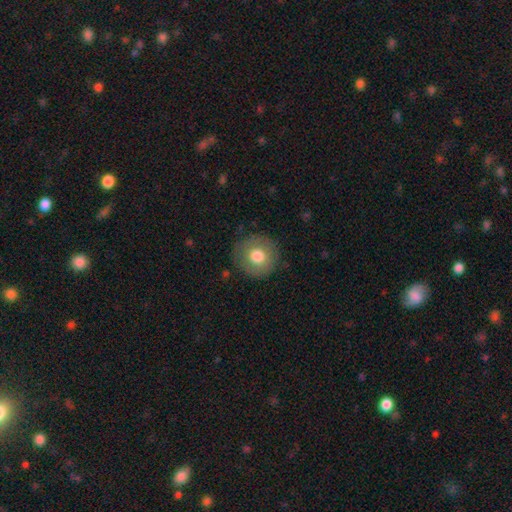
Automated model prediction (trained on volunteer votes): Smooth or featured? smooth (76%)
How rounded? round (93%)
Merging? none (88%)